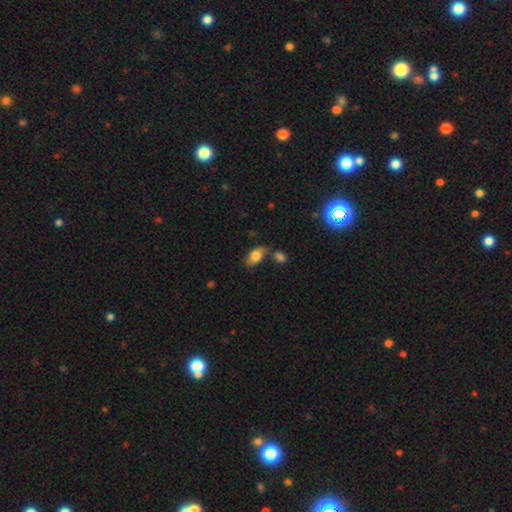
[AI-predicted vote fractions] Smooth or featured? Predicted: smooth (p=0.69). How rounded? Predicted: in between (p=0.90). Merging? Predicted: none (p=0.54).